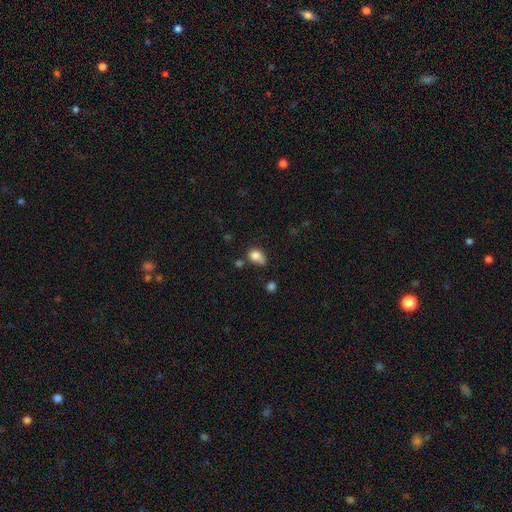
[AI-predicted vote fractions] Morphology: type=smooth (80%); roundness=in between (69%); merging=none (40%).